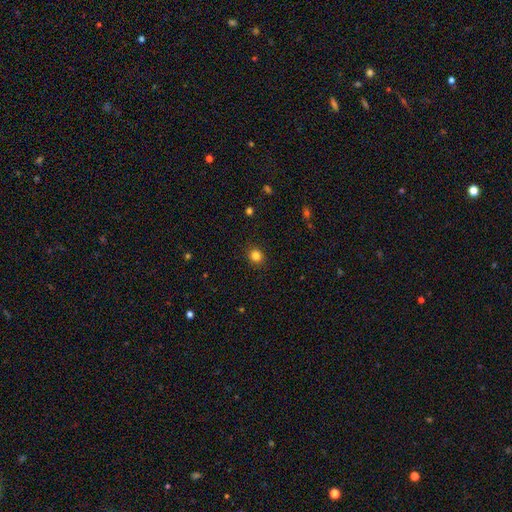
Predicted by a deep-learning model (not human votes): A smooth galaxy with no disk features (83%) that is round (86%). Merging: none (90%).